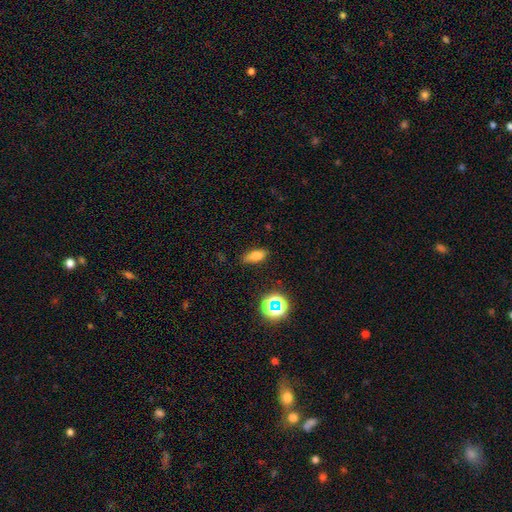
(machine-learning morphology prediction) This appears to be a smooth galaxy with no disk features (74%) that is in between round and cigar-shaped (76%). Merging: none (83%).